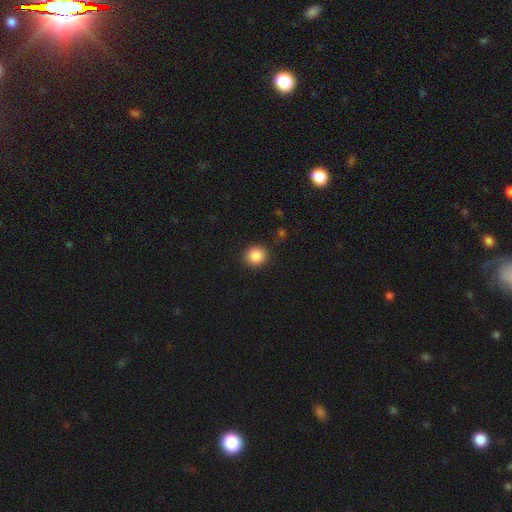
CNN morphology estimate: Smooth or featured?
  - smooth: 86% *
  - star or artifact: 9%
  - featured or disk: 4%
How rounded?
  - round: 86% *
  - in between: 13%
  - cigar-shaped: 1%
Merging?
  - none: 91% *
  - minor disturbance: 6%
  - major disturbance: 2%
  - merger: 1%